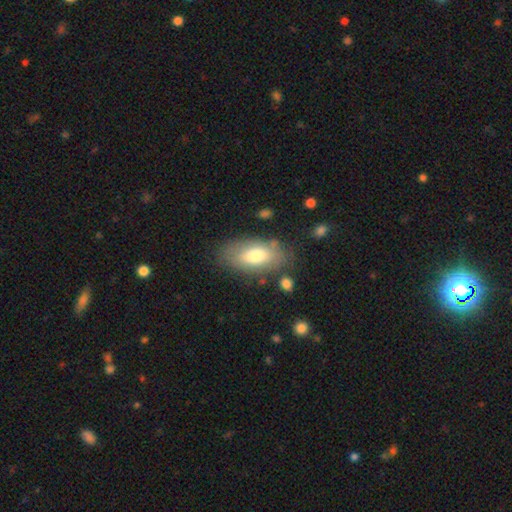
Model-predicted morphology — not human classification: smooth 69%, featured or disk 24%, star or artifact 7%. Down the decision tree: how rounded — in between (91%); merging — none (75%).